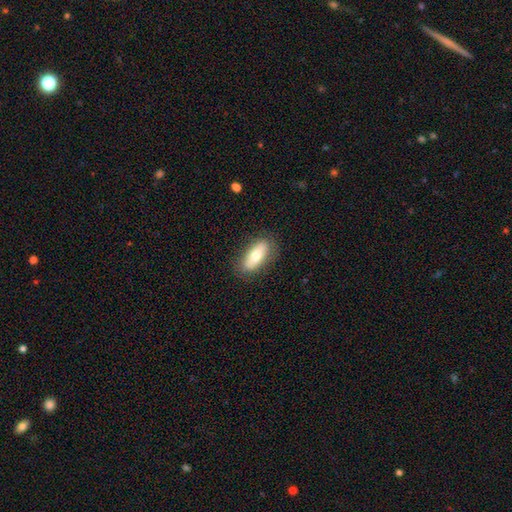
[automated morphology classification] smooth 70%, featured or disk 24%, star or artifact 7%. Down the decision tree: how rounded — in between (80%); merging — none (84%).